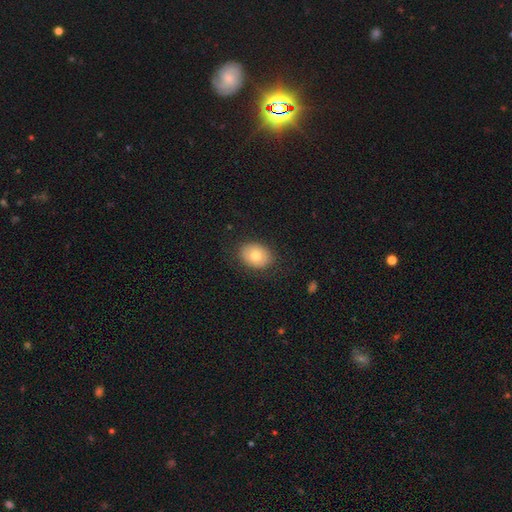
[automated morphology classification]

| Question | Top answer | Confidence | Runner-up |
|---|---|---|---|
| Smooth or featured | smooth | 75% | featured or disk (17%) |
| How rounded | in between | 66% | round (33%) |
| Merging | none | 86% | minor disturbance (10%) |